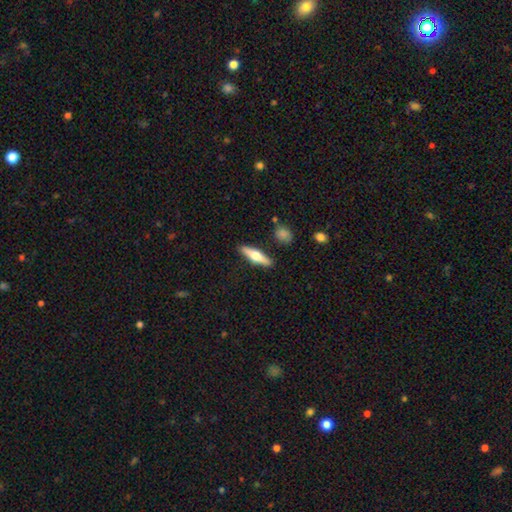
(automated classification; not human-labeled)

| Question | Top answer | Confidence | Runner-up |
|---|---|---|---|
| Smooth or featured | smooth | 47% | tied: featured or disk (47%) |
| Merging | none | 88% | minor disturbance (8%) |